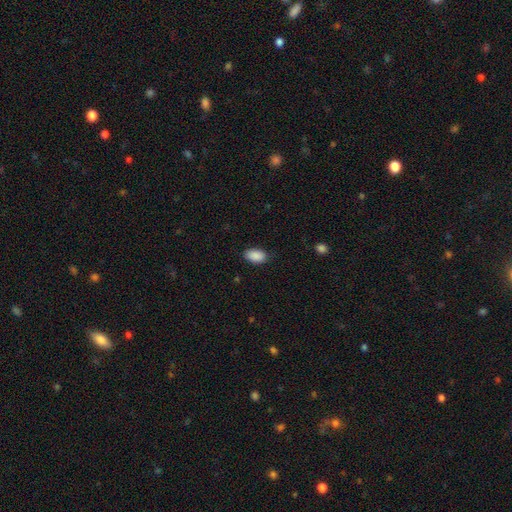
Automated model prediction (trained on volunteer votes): Smooth or featured: smooth — 90% (star or artifact — 7%)
How rounded: in between — 93% (round — 6%)
Merging: none — 83% (minor disturbance — 13%)